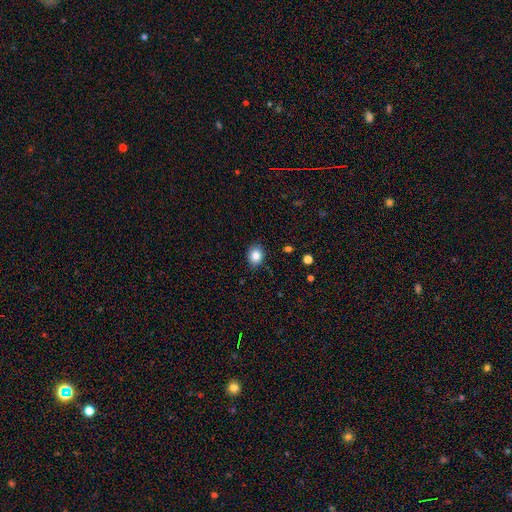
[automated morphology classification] smooth_or_featured: smooth (p=0.85) [alt: star or artifact p=0.10]
how_rounded: round (p=0.59) [alt: in between p=0.40]
merging: none (p=0.85) [alt: minor disturbance p=0.11]